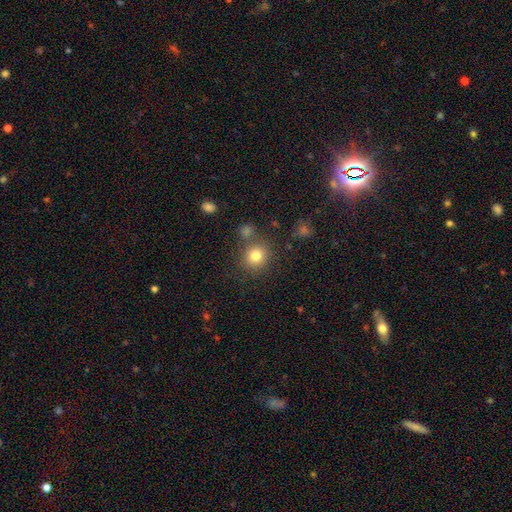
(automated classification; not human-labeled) A smooth galaxy with no disk features (80%) that is round (86%). Merging: none (77%).